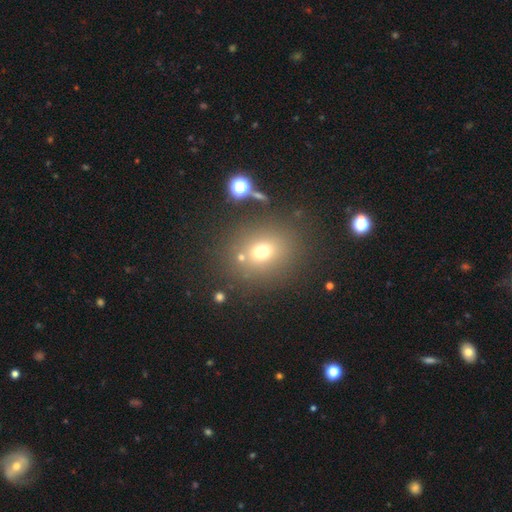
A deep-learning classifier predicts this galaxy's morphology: type=smooth (59%); roundness=round (63%); merging=none (79%).